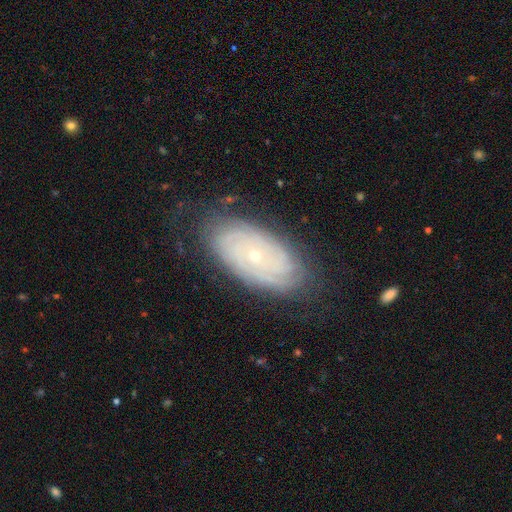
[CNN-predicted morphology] This is likely a featured or disk galaxy (78%). It is clearly not viewed edge-on (94%). Bar: clearly no (84%). Spiral arm pattern: clearly yes (92%). Spiral arm count: possibly can't tell (47%). Spiral winding: clearly tight (83%). Central bulge: likely small (78%). Merging: likely none (77%).